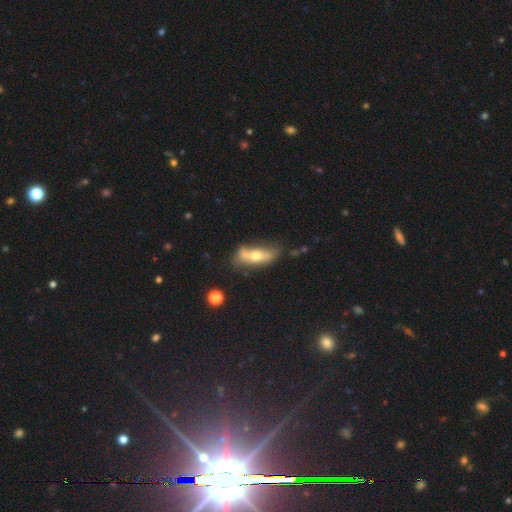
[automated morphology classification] The model was most divided on "smooth or featured": smooth: 47%, featured or disk: 45%, star or artifact: 8%. Remaining: merging — none (47%).